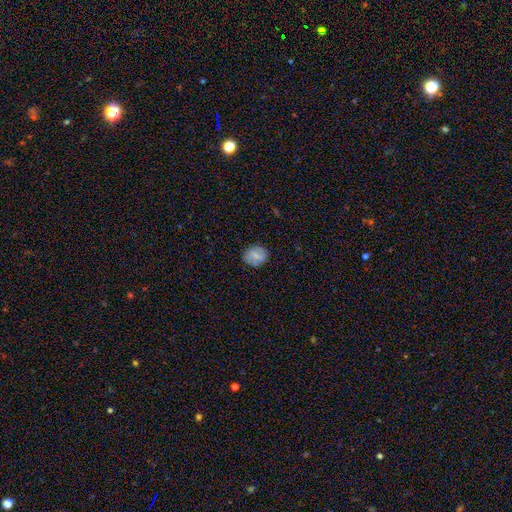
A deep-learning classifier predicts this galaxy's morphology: This is likely a smooth galaxy (64%). How rounded: possibly round (59%). Merging: clearly none (83%).